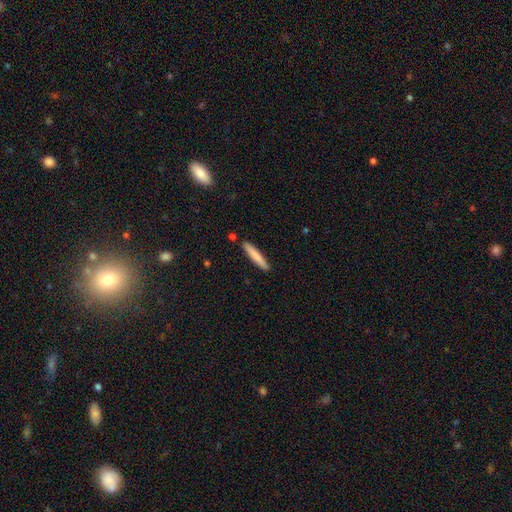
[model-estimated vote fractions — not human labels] Overall: smooth (79%). How rounded: cigar-shaped (93%). Merging: none (89%).